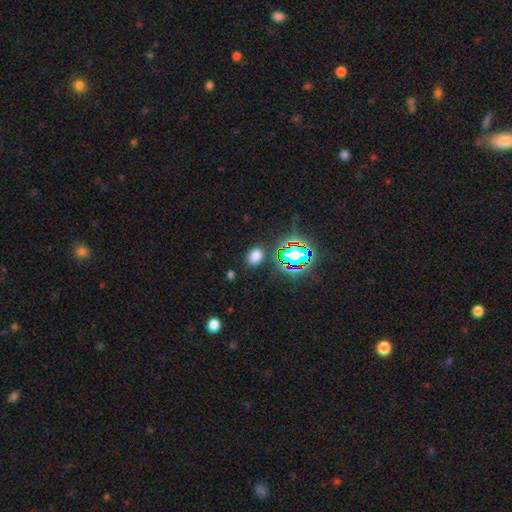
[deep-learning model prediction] smooth_or_featured: smooth (p=0.68) [alt: star or artifact p=0.26]
how_rounded: in between (p=0.78) [alt: round p=0.21]
merging: none (p=0.83) [alt: minor disturbance p=0.10]